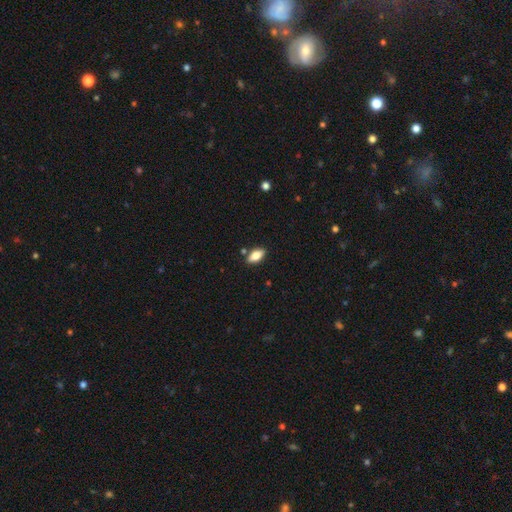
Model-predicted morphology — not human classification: The model was most divided on "smooth or featured": smooth: 79%, featured or disk: 14%, star or artifact: 7%. More confident: how rounded — in between (88%); merging — none (83%).